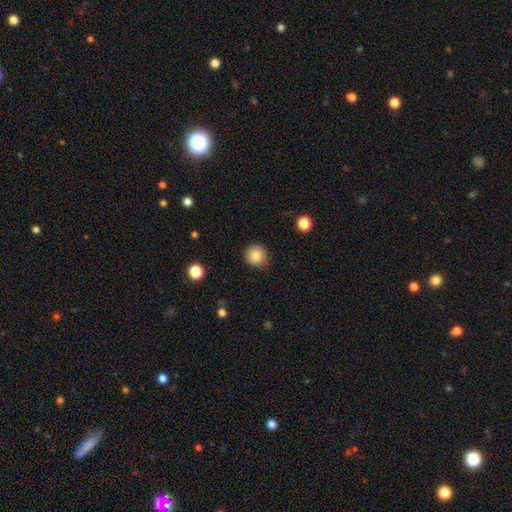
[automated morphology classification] Smooth or featured: smooth — 84% (star or artifact — 10%)
How rounded: round — 93% (in between — 6%)
Merging: none — 84% (minor disturbance — 12%)